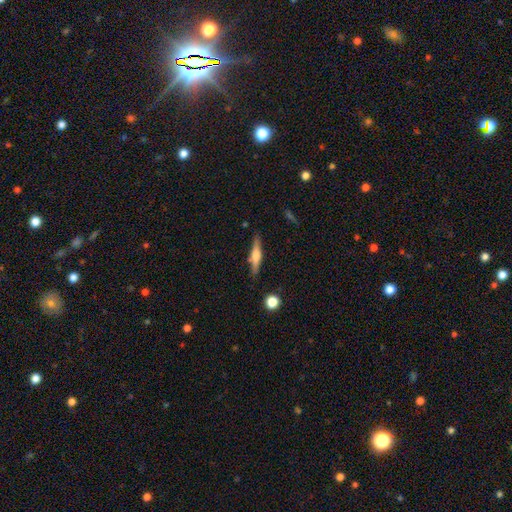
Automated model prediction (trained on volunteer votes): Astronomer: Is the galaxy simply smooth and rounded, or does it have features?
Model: featured or disk — 56% (runner-up: smooth, 37%).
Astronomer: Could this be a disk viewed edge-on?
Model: yes — 96%.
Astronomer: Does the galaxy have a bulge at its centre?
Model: rounded — 75%.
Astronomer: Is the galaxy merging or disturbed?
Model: none — 86%.